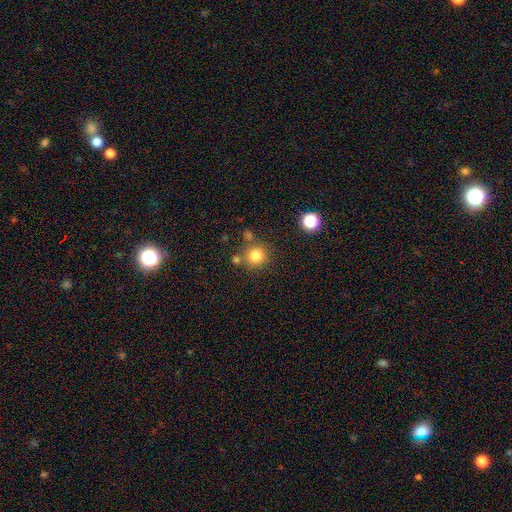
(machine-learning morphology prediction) Smooth or featured?
  - smooth: 80% *
  - star or artifact: 13%
  - featured or disk: 7%
How rounded?
  - round: 91% *
  - in between: 8%
  - cigar-shaped: 1%
Merging?
  - none: 74% *
  - merger: 12%
  - minor disturbance: 10%
  - major disturbance: 4%